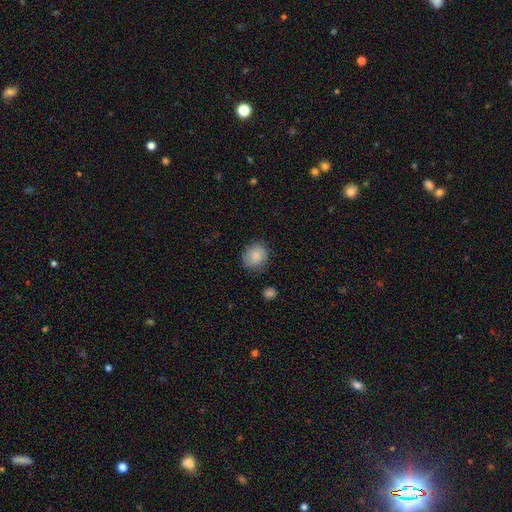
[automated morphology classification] Smooth or featured? Predicted: smooth (p=0.85). How rounded? Predicted: round (p=0.63). Merging? Predicted: none (p=0.76).